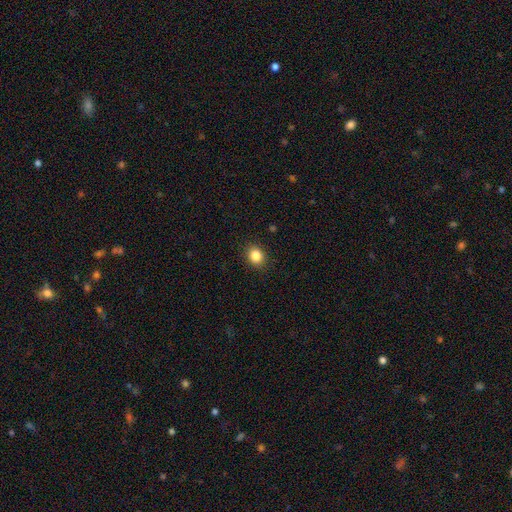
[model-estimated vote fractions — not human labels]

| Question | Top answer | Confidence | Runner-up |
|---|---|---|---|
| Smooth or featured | smooth | 85% | star or artifact (10%) |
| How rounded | round | 63% | in between (36%) |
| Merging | none | 90% | minor disturbance (7%) |